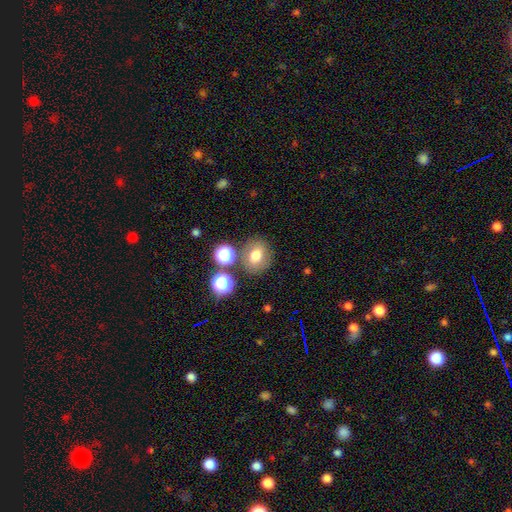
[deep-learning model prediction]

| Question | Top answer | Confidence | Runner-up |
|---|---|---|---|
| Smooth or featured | smooth | 70% | featured or disk (16%) |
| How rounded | round | 62% | in between (37%) |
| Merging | none | 73% | minor disturbance (13%) |